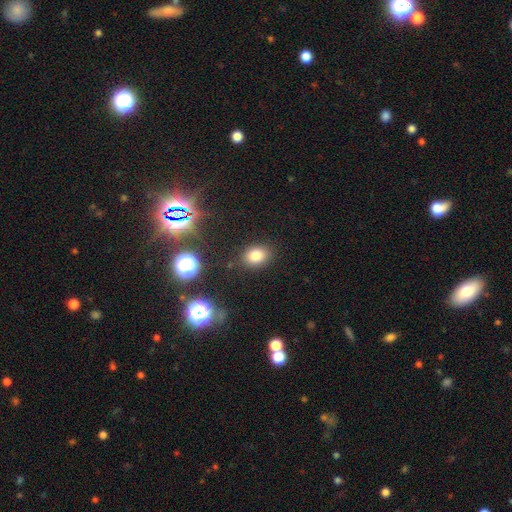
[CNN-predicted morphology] Overall: smooth (78%). How rounded: in between (64%; round 35%). Merging: none (85%).